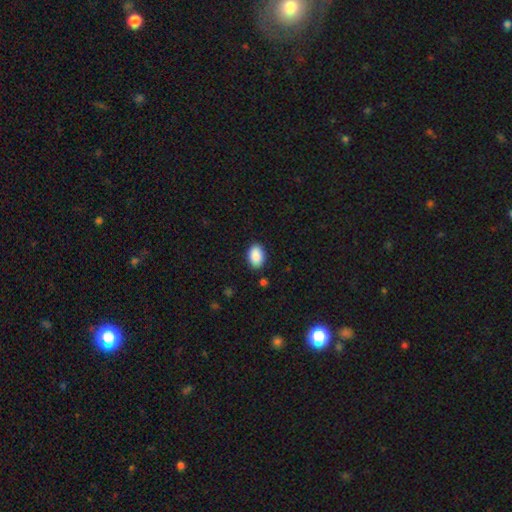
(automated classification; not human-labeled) smooth 90%, star or artifact 7%, featured or disk 3%. Down the decision tree: how rounded — in between (89%); merging — none (88%).